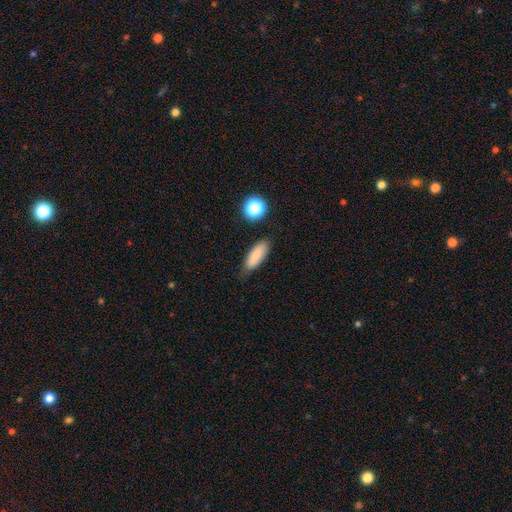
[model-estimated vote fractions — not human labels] The model was most divided on "how rounded": in between: 64%, cigar-shaped: 33%, round: 3%. More confident: smooth or featured — smooth (84%); merging — none (78%).